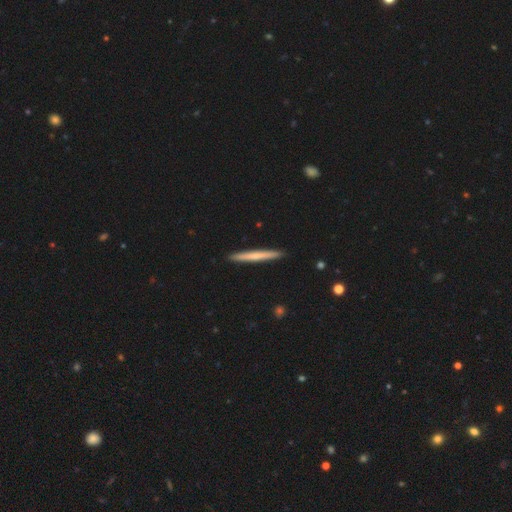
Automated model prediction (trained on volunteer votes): Smooth or featured?
  - smooth: 59% *
  - featured or disk: 36%
  - star or artifact: 5%
How rounded?
  - cigar-shaped: 97% *
  - in between: 2%
  - round: 1%
Merging?
  - none: 93% *
  - minor disturbance: 5%
  - major disturbance: 1%
  - merger: 1%